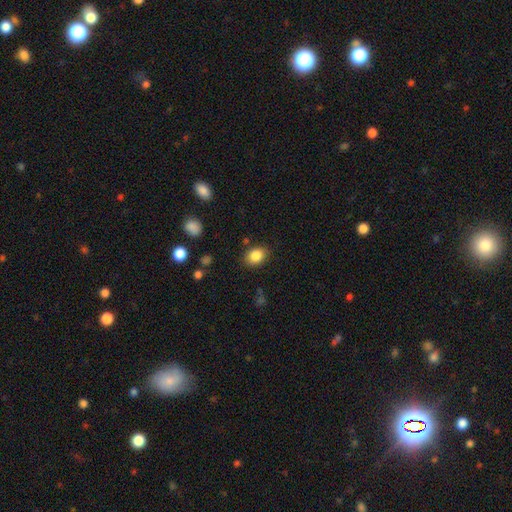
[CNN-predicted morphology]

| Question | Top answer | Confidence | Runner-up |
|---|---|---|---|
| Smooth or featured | smooth | 86% | star or artifact (9%) |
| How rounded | in between | 59% | round (40%) |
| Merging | none | 84% | minor disturbance (11%) |